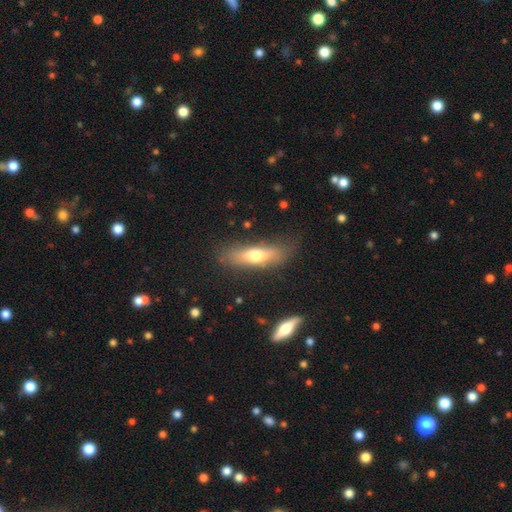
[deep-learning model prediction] Smooth or featured? Predicted: smooth (p=0.62). How rounded? Predicted: cigar-shaped (p=0.56). Merging? Predicted: none (p=0.75).